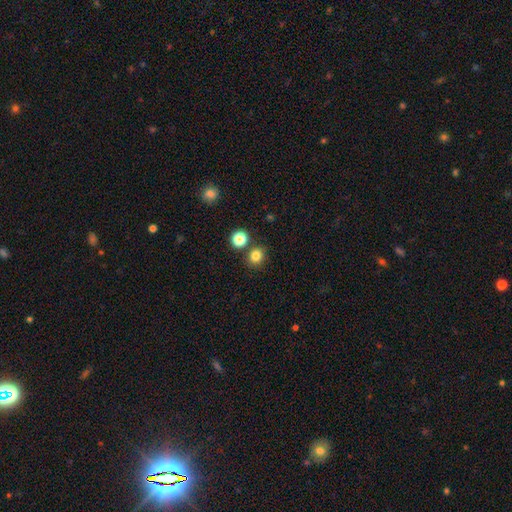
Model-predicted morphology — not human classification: Smooth or featured: smooth — 81% (star or artifact — 14%)
How rounded: round — 77% (in between — 22%)
Merging: none — 78% (merger — 10%)